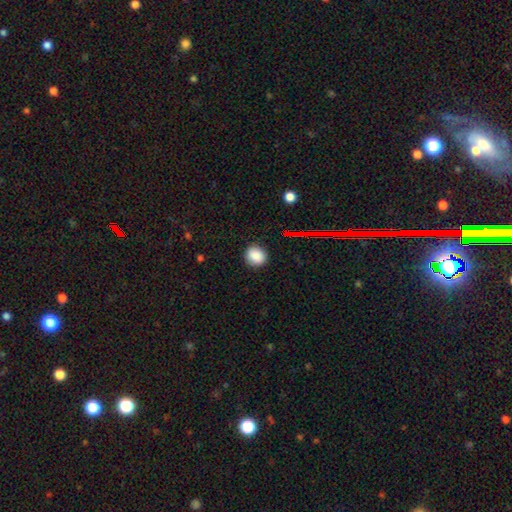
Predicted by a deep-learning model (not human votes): Smooth or featured? smooth (85%)
How rounded? round (82%)
Merging? none (89%)